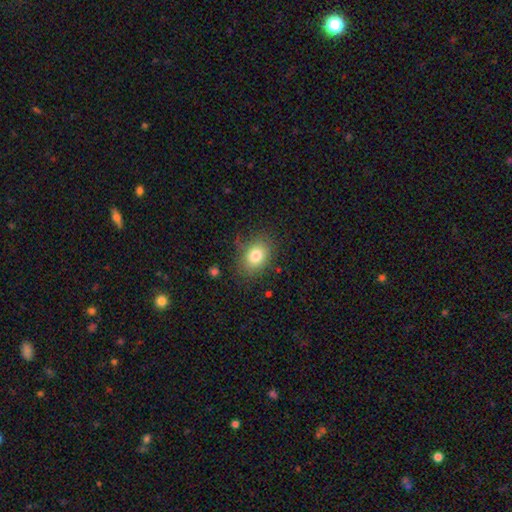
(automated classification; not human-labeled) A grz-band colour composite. It shows a smooth galaxy with no disk features (78%) that is in between round and cigar-shaped (65%). Merging: none (78%).